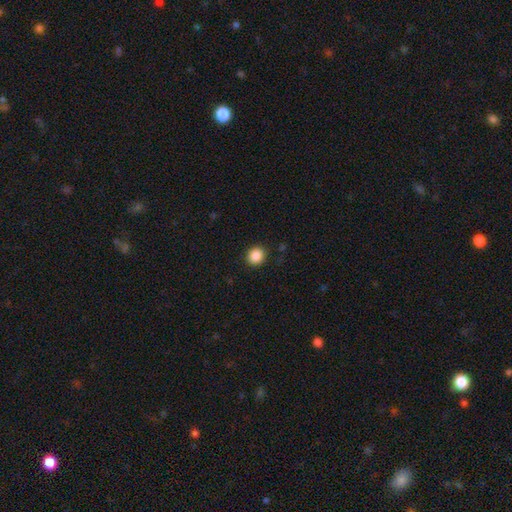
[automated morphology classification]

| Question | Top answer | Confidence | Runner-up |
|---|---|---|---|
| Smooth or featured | smooth | 87% | star or artifact (9%) |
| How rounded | round | 83% | in between (17%) |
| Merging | none | 90% | minor disturbance (7%) |